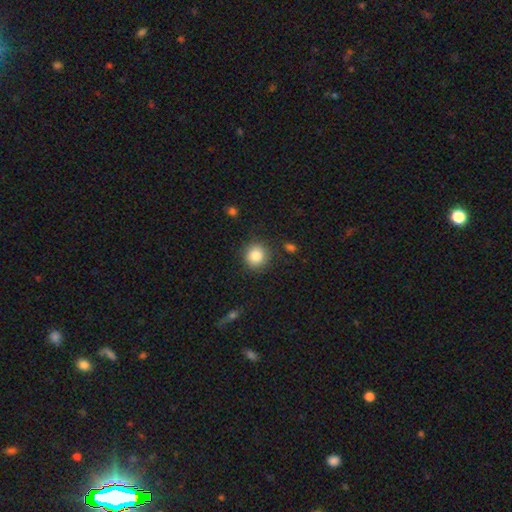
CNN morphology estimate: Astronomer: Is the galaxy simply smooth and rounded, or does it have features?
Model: smooth — 85%.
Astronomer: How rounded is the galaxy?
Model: round — 90%.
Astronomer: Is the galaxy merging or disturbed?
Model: none — 88%.